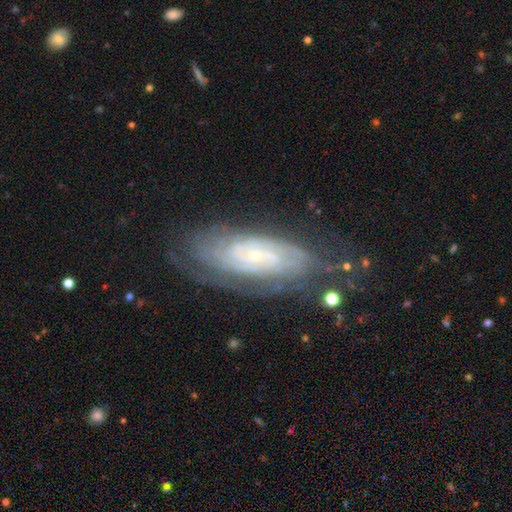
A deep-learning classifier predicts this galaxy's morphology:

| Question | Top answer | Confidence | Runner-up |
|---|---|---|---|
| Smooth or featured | featured or disk | 81% | smooth (12%) |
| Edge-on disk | no | 90% | yes (10%) |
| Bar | no | 71% | weak (22%) |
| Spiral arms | yes | 93% | no (7%) |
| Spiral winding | tight | 76% | medium (19%) |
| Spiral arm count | can't tell | 50% | 2 (15%) |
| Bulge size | small | 81% | moderate (14%) |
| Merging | none | 71% | minor disturbance (19%) |